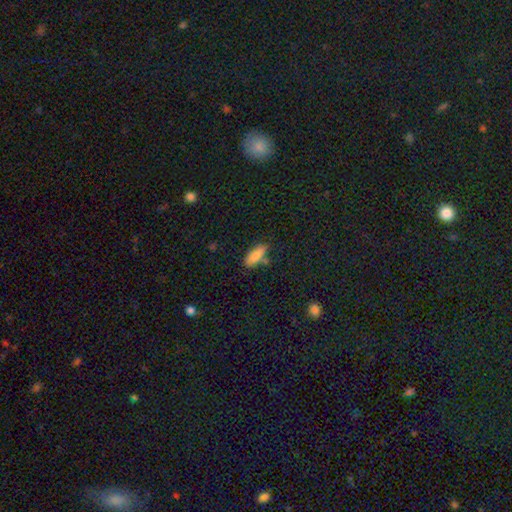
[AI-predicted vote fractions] Morphology: type=smooth (83%); roundness=in between (70%); merging=none (70%).